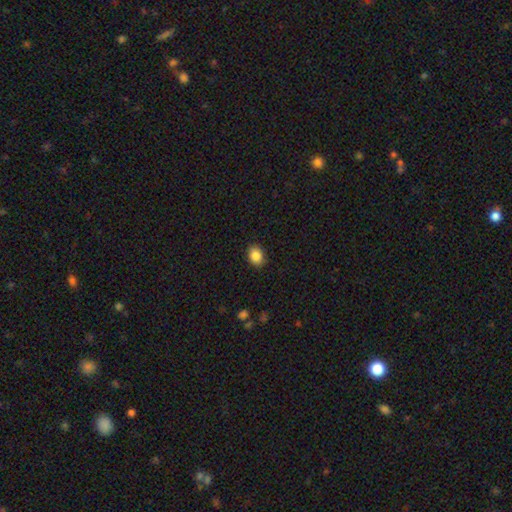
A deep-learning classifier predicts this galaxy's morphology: Smooth or featured: smooth — 86% (star or artifact — 9%)
How rounded: in between — 63% (round — 36%)
Merging: none — 88% (minor disturbance — 8%)